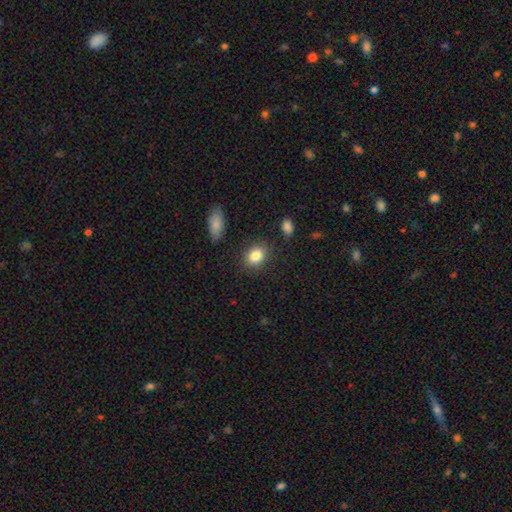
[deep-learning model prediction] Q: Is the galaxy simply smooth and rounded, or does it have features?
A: smooth — 85%.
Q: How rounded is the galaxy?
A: in between — 62%.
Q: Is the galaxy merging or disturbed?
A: none — 85%.